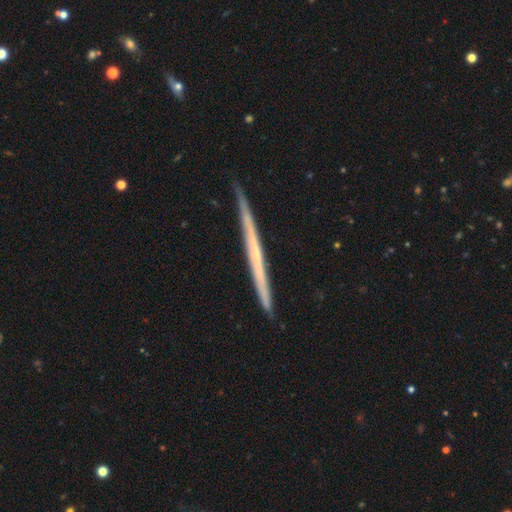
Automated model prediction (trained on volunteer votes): Smooth or featured? Predicted: featured or disk (p=0.65). Edge-on disk? Predicted: yes (p=0.97). Edge-on bulge? Predicted: none (p=0.86). Merging? Predicted: none (p=0.88).